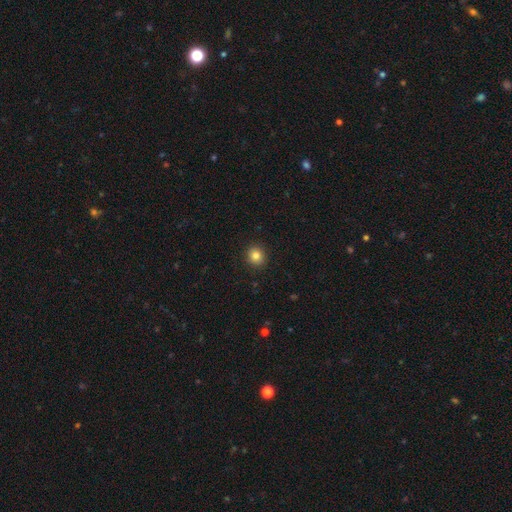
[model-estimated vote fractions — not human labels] smooth_or_featured: smooth (p=0.83) [alt: star or artifact p=0.11]
how_rounded: round (p=0.86) [alt: in between p=0.13]
merging: none (p=0.91) [alt: minor disturbance p=0.06]